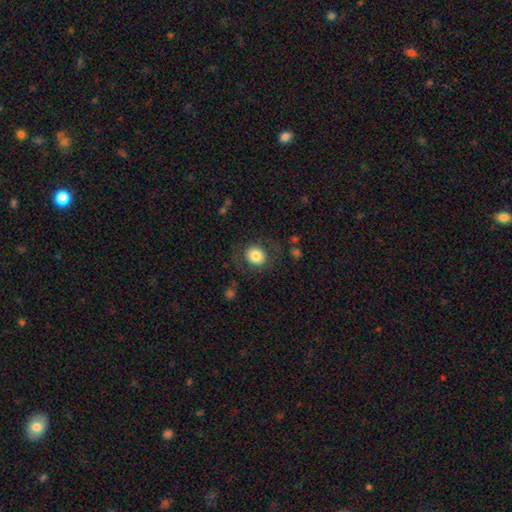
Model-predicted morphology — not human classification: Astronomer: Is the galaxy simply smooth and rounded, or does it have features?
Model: smooth — 78%.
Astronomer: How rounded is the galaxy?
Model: round — 74%.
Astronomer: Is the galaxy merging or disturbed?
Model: none — 78%.